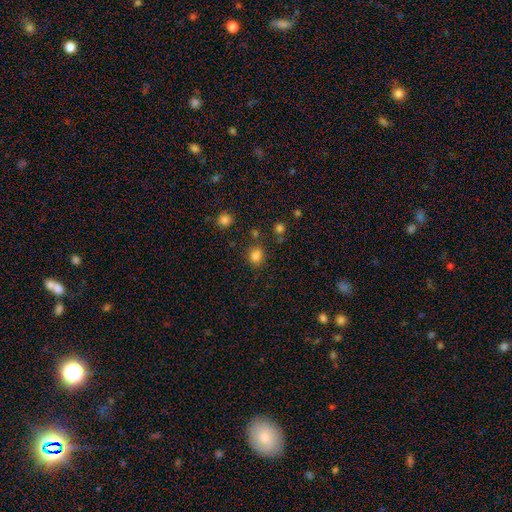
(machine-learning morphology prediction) Overall: smooth (82%). How rounded: round (75%). Merging: none (79%).